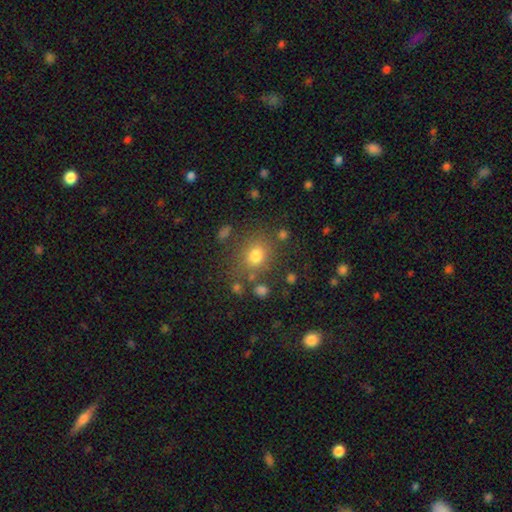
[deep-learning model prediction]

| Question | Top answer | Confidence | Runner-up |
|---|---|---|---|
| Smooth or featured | smooth | 77% | star or artifact (14%) |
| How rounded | round | 69% | in between (30%) |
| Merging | none | 75% | minor disturbance (13%) |